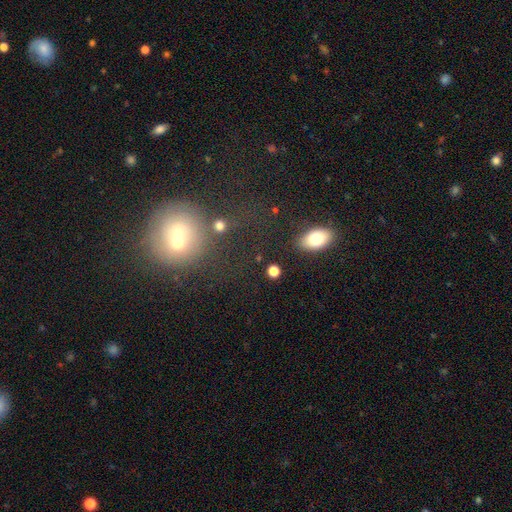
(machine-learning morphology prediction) Smooth or featured?
  - smooth: 58% *
  - star or artifact: 25%
  - featured or disk: 17%
How rounded?
  - in between: 48% *
  - round: 47%
  - cigar-shaped: 5%
Merging?
  - none: 59% *
  - merger: 16%
  - minor disturbance: 14%
  - major disturbance: 10%